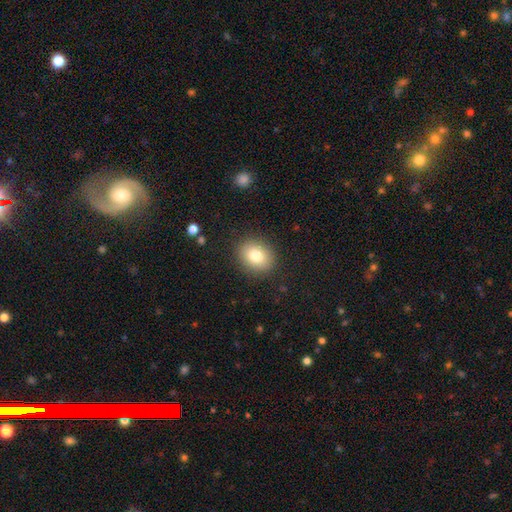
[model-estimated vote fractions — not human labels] This is clearly a smooth galaxy (81%). How rounded: possibly round (58%). Merging: clearly none (88%).